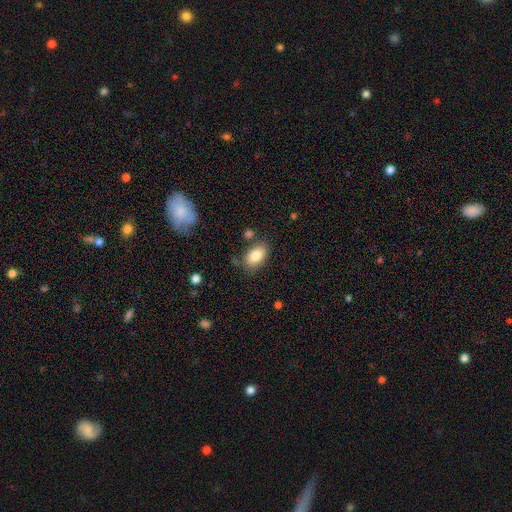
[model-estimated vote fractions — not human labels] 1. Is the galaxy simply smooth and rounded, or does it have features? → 81% smooth, 11% featured or disk, 8% star or artifact.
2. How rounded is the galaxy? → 90% in between, 8% round, 2% cigar-shaped.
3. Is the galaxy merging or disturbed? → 77% none, 15% minor disturbance, 5% merger, 4% major disturbance.